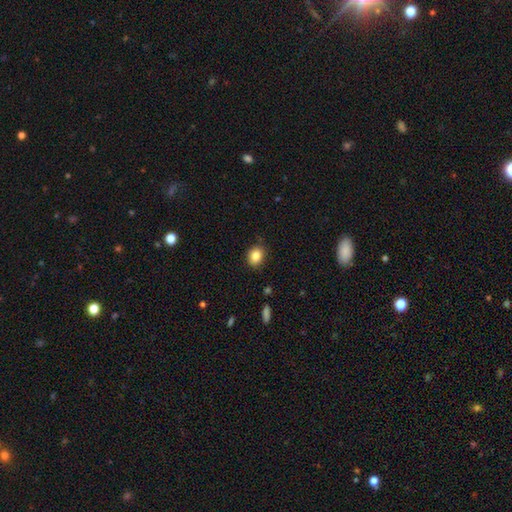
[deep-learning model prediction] Smooth or featured: smooth — 84% (star or artifact — 10%)
How rounded: round — 54% (in between — 45%)
Merging: none — 82% (minor disturbance — 14%)